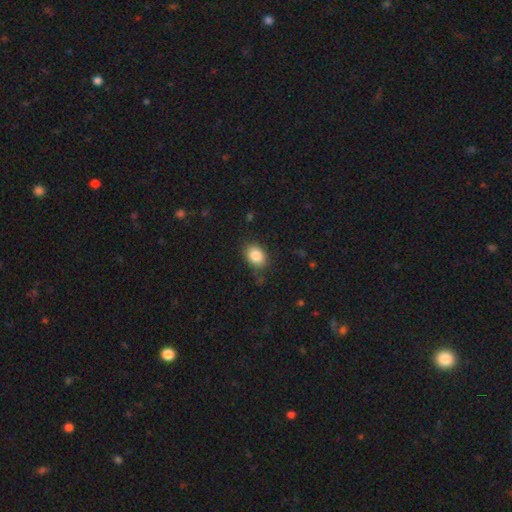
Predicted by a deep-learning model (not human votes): Smooth or featured? smooth (86%)
How rounded? in between (73%)
Merging? none (80%)